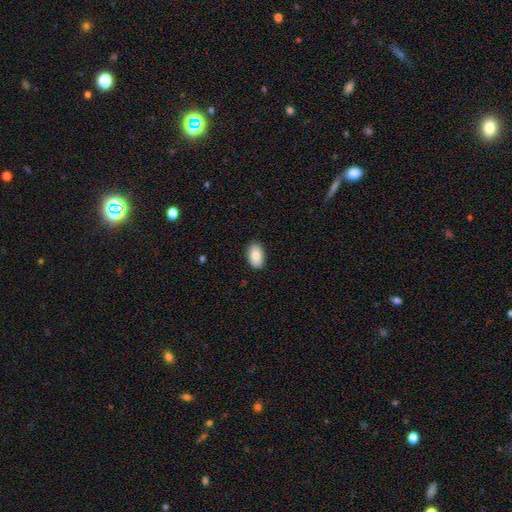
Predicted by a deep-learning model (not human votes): This appears to be a smooth galaxy with no disk features (86%) that is in between round and cigar-shaped (94%). Merging: none (88%).